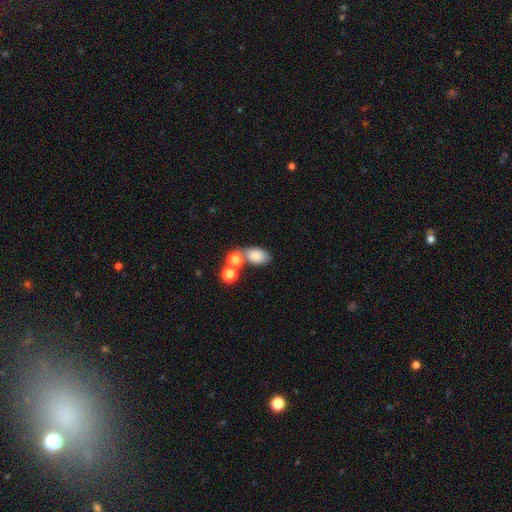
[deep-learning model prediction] A smooth galaxy with no disk features (80%) that is in between round and cigar-shaped (86%). Merging: none (51%).